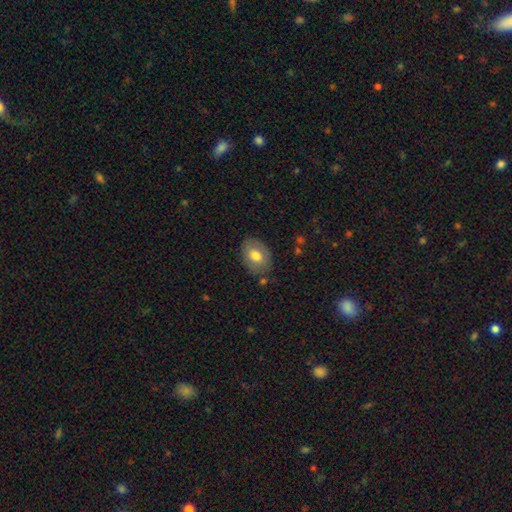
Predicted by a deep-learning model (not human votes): The model was most divided on "smooth or featured": smooth: 70%, featured or disk: 23%, star or artifact: 7%. More confident: merging — none (80%); how rounded — in between (75%).